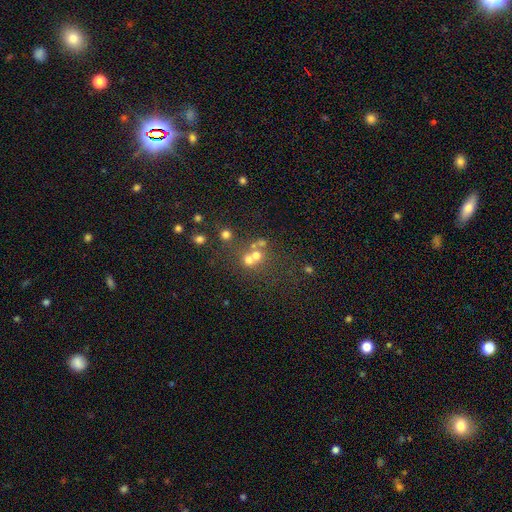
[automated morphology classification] The model was most divided on "merging": merger: 45%, none: 41%, minor disturbance: 8%, major disturbance: 6%. More confident: how rounded — round (82%); smooth or featured — smooth (56%).